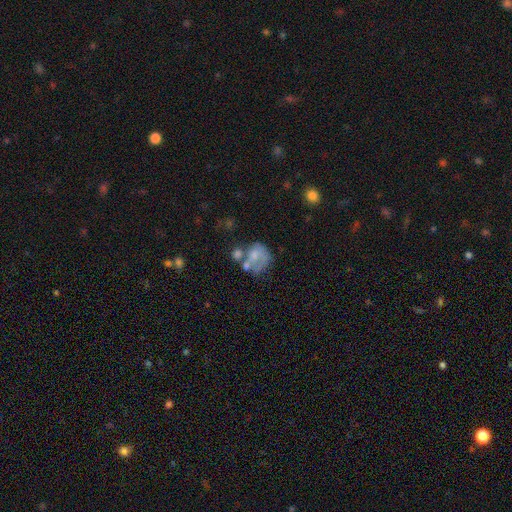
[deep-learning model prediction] Q: Smooth or featured?
A: smooth (50%); runner-up: featured or disk (39%)
Q: Merging?
A: none (29%); runner-up: merger (26%)